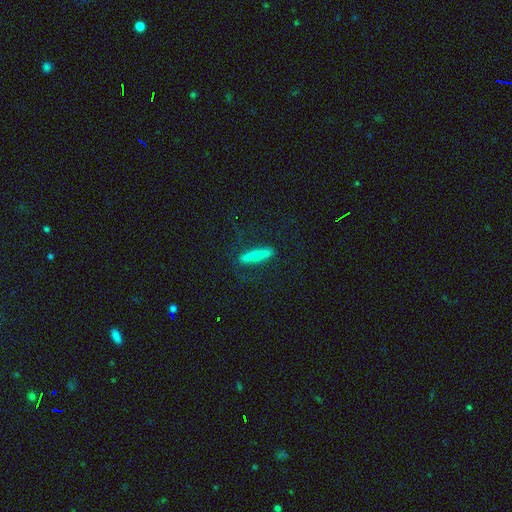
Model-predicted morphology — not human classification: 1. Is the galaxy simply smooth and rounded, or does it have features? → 68% smooth, 24% featured or disk, 8% star or artifact.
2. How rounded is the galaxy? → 89% cigar-shaped, 9% in between, 2% round.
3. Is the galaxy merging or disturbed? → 79% none, 13% minor disturbance, 7% major disturbance, 2% merger.